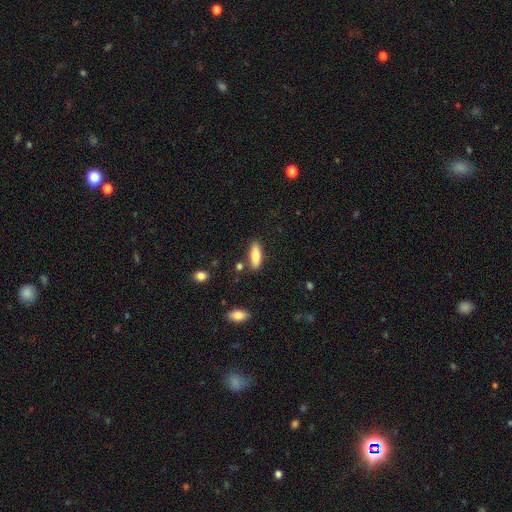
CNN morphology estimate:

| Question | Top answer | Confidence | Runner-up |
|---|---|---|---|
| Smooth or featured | smooth | 77% | featured or disk (16%) |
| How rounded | in between | 60% | cigar-shaped (38%) |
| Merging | none | 81% | minor disturbance (12%) |